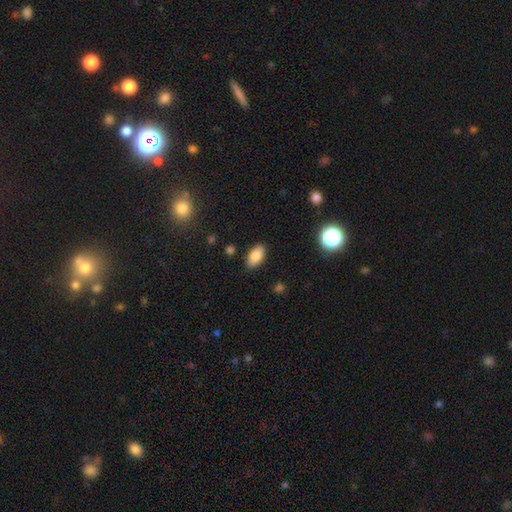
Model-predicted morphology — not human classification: smooth-or-featured: smooth: 83% | star or artifact: 8% | featured or disk: 8%
  how-rounded: in between: 92% | cigar-shaped: 4% | round: 3%
  merging: none: 86% | minor disturbance: 10% | major disturbance: 2% | merger: 1%